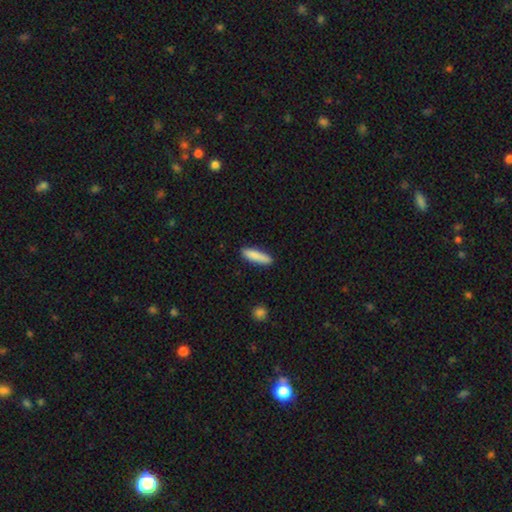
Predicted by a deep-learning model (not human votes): Smooth or featured?
  - smooth: 86% *
  - featured or disk: 8%
  - star or artifact: 6%
How rounded?
  - cigar-shaped: 77% *
  - in between: 21%
  - round: 2%
Merging?
  - none: 87% *
  - minor disturbance: 10%
  - major disturbance: 2%
  - merger: 2%